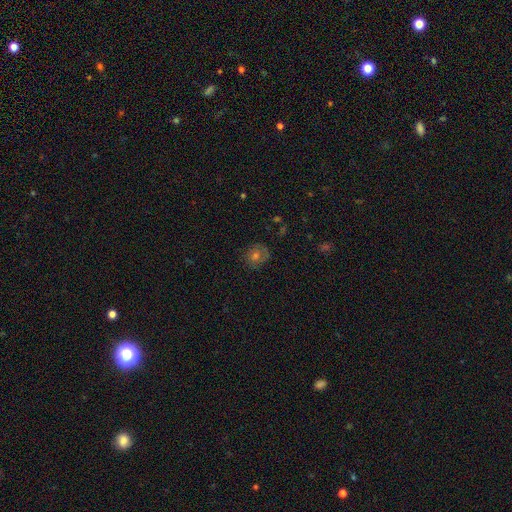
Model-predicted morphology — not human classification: Q: Smooth or featured?
A: smooth (48%); runner-up: featured or disk (33%)
Q: Merging?
A: none (76%); runner-up: minor disturbance (16%)